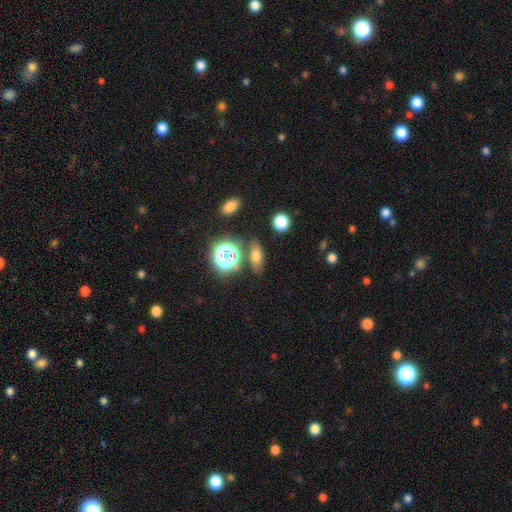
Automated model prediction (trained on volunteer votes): smooth_or_featured: smooth (p=0.61) [alt: star or artifact p=0.24]
how_rounded: in between (p=0.65) [alt: round p=0.20]
merging: none (p=0.77) [alt: minor disturbance p=0.11]